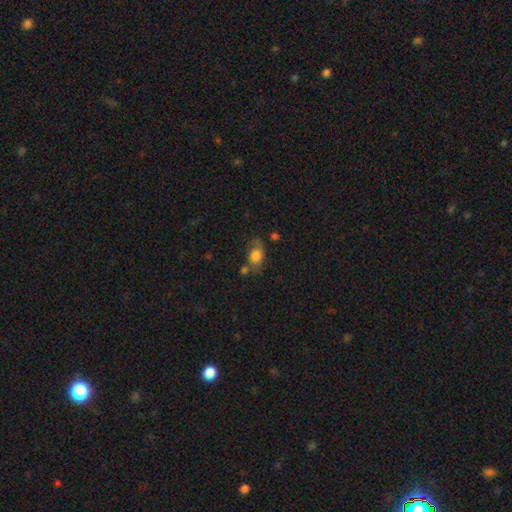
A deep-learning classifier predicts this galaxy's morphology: Q: Smooth or featured?
A: smooth (77%); runner-up: featured or disk (13%)
Q: How rounded?
A: in between (68%); runner-up: round (28%)
Q: Merging?
A: none (55%); runner-up: minor disturbance (24%)